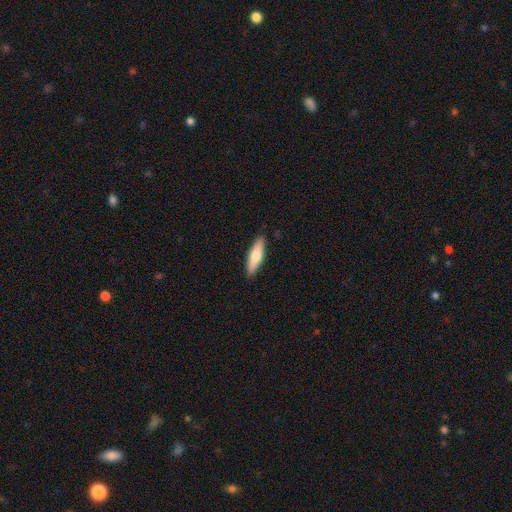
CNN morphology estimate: The model was most divided on "how rounded": cigar-shaped: 65%, in between: 33%, round: 2%. More confident: merging — none (89%); smooth or featured — smooth (68%).